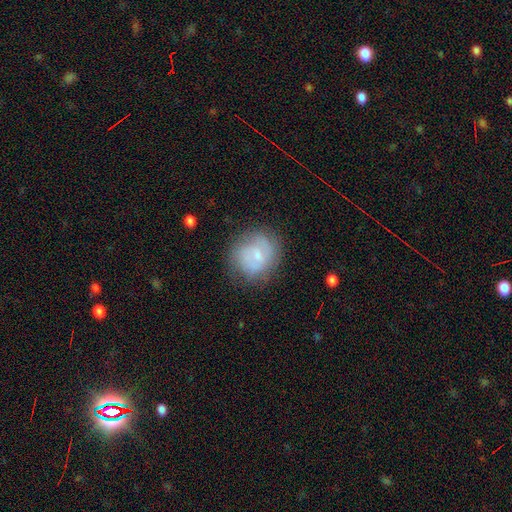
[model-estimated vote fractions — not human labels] Smooth or featured? Predicted: featured or disk (p=0.49). Merging? Predicted: none (p=0.72).